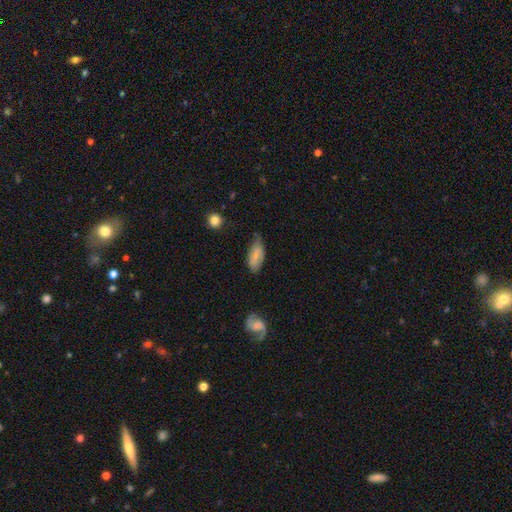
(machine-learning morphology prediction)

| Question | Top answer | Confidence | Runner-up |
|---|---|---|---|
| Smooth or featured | smooth | 73% | featured or disk (20%) |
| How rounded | in between | 87% | cigar-shaped (10%) |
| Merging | none | 51% | minor disturbance (37%) |